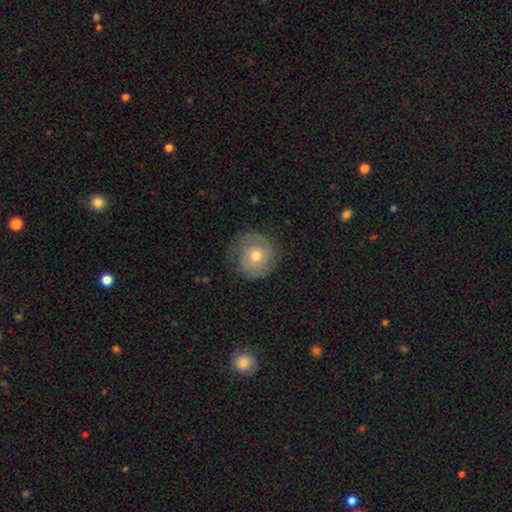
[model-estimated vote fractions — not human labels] smooth 50%, featured or disk 42%, star or artifact 8%. Down the decision tree: merging — none (68%).